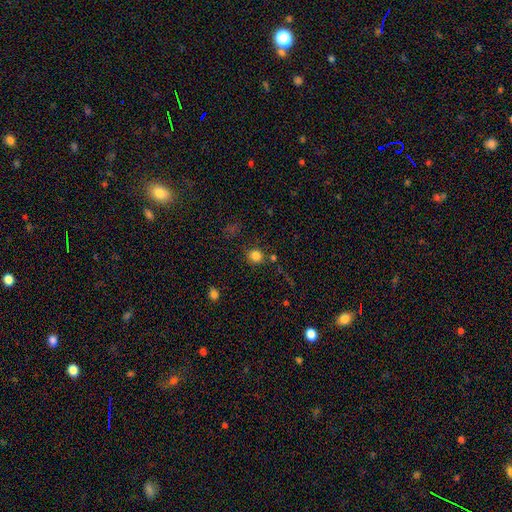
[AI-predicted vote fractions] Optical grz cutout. It shows a smooth galaxy with no disk features (82%) that is round (89%). Merging: none (78%).